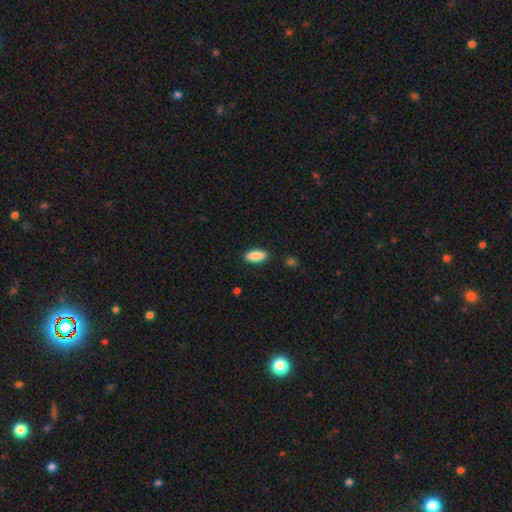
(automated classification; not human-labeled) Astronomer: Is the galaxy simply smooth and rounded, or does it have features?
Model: smooth — 88%.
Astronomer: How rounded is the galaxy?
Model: in between — 80%.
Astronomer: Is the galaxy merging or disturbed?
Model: none — 88%.